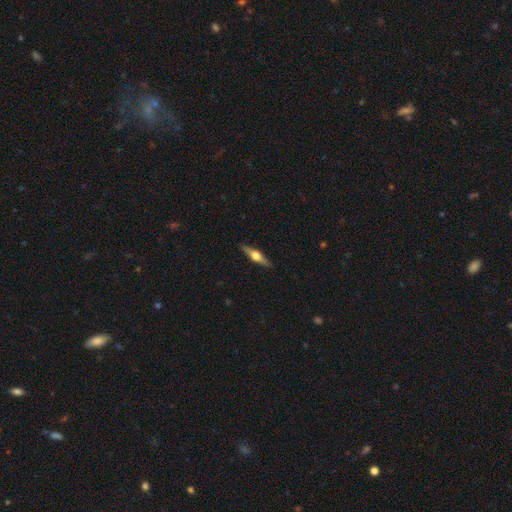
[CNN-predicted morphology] smooth-or-featured: featured or disk: 71% | smooth: 23% | star or artifact: 5%
  disk-edge-on: yes: 97% | no: 3%
    edge-on-bulge: rounded: 95% | boxy: 4% | none: 2%
  merging: none: 91% | minor disturbance: 7% | major disturbance: 1% | merger: 1%